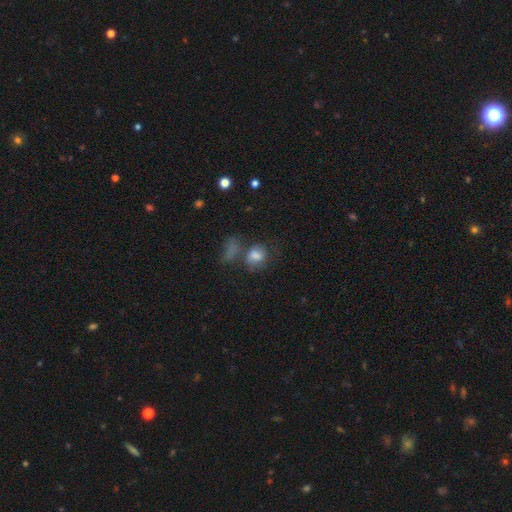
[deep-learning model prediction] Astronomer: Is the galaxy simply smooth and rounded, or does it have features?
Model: smooth — 69%.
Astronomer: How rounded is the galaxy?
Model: in between — 52% (runner-up: round, 46%).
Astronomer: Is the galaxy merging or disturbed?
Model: none — 41% (runner-up: merger, 28%).